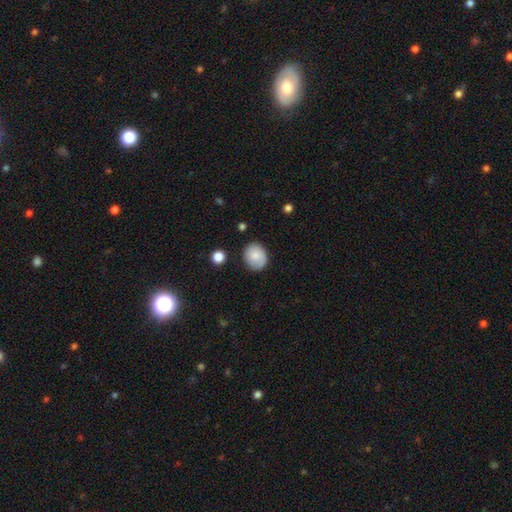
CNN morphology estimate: Smooth or featured?
  - smooth: 79% *
  - featured or disk: 13%
  - star or artifact: 8%
How rounded?
  - round: 62% *
  - in between: 37%
  - cigar-shaped: 1%
Merging?
  - none: 81% *
  - minor disturbance: 14%
  - major disturbance: 3%
  - merger: 2%